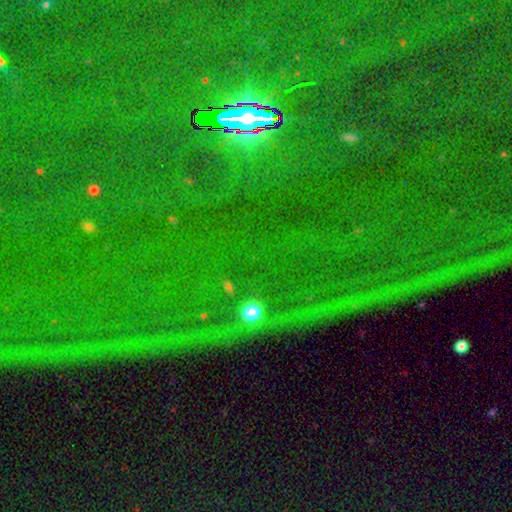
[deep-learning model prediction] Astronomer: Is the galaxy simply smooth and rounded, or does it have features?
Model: star or artifact — 87%.